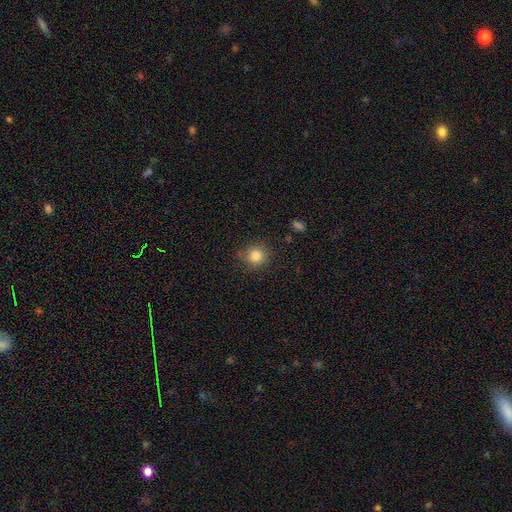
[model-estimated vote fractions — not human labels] smooth-or-featured: smooth: 84% | star or artifact: 11% | featured or disk: 5%
  how-rounded: round: 92% | in between: 7% | cigar-shaped: 1%
  merging: none: 83% | minor disturbance: 11% | major disturbance: 3% | merger: 3%